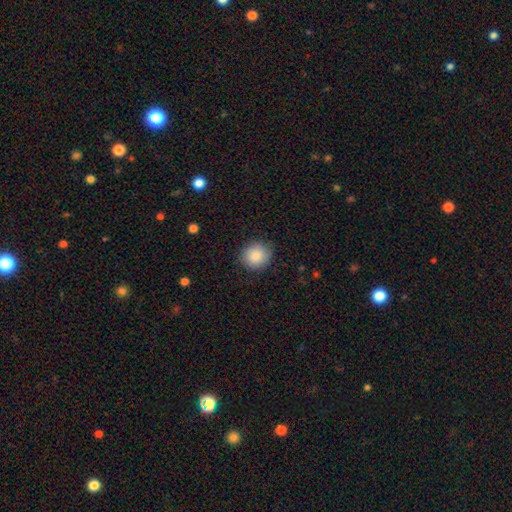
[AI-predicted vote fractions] Smooth or featured?
  - smooth: 86% *
  - star or artifact: 8%
  - featured or disk: 6%
How rounded?
  - round: 86% *
  - in between: 13%
  - cigar-shaped: 1%
Merging?
  - none: 86% *
  - minor disturbance: 10%
  - major disturbance: 3%
  - merger: 1%